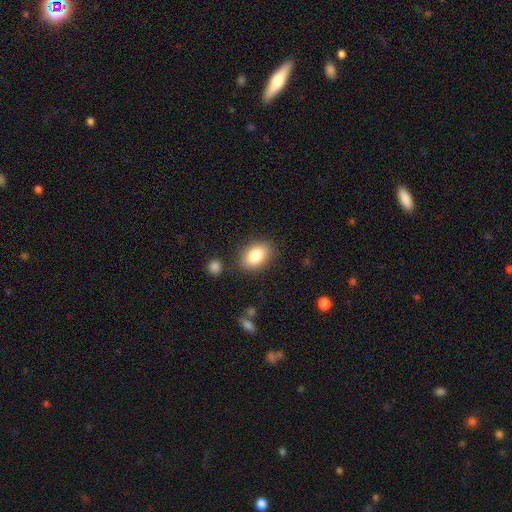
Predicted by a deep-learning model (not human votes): A smooth galaxy with no disk features (84%) that is in between round and cigar-shaped (86%). Merging: none (82%).